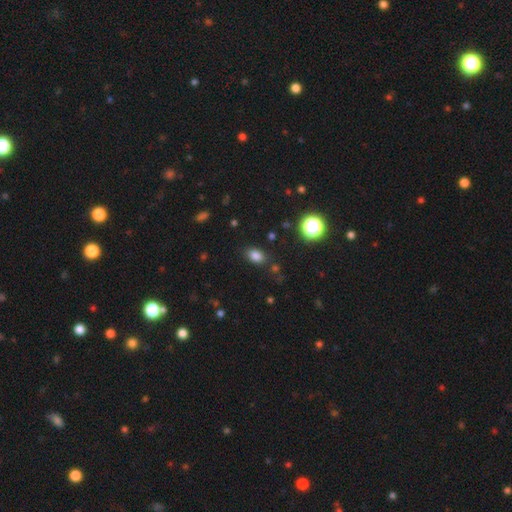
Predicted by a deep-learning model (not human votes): Smooth or featured? smooth (79%)
How rounded? in between (78%)
Merging? none (83%)